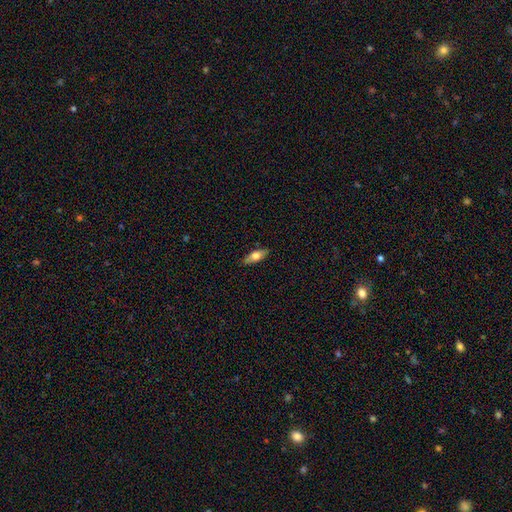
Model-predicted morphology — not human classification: Smooth or featured? Predicted: smooth (p=0.65). How rounded? Predicted: in between (p=0.67). Merging? Predicted: none (p=0.86).